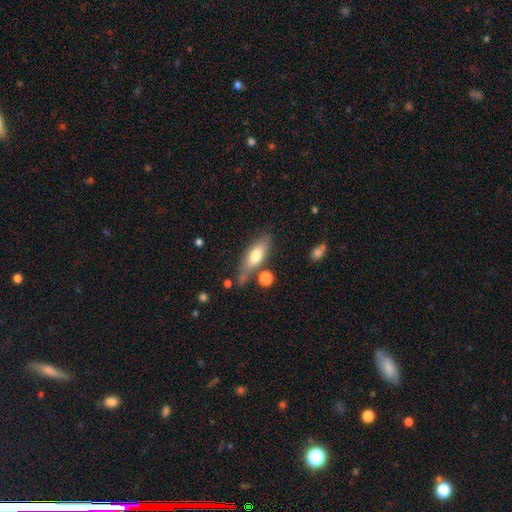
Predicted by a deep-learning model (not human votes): Smooth or featured?
  - smooth: 66% *
  - featured or disk: 27%
  - star or artifact: 7%
How rounded?
  - in between: 60% *
  - cigar-shaped: 37%
  - round: 3%
Merging?
  - none: 60% *
  - minor disturbance: 22%
  - merger: 10%
  - major disturbance: 8%